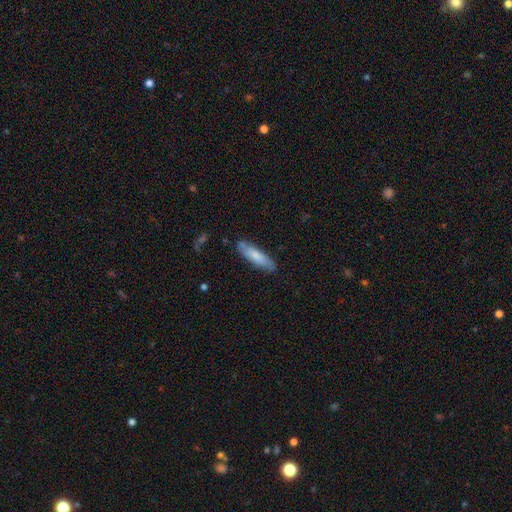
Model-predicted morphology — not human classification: Smooth or featured?
  - smooth: 72% *
  - featured or disk: 22%
  - star or artifact: 6%
How rounded?
  - cigar-shaped: 69% *
  - in between: 29%
  - round: 1%
Merging?
  - none: 80% *
  - minor disturbance: 15%
  - major disturbance: 3%
  - merger: 2%